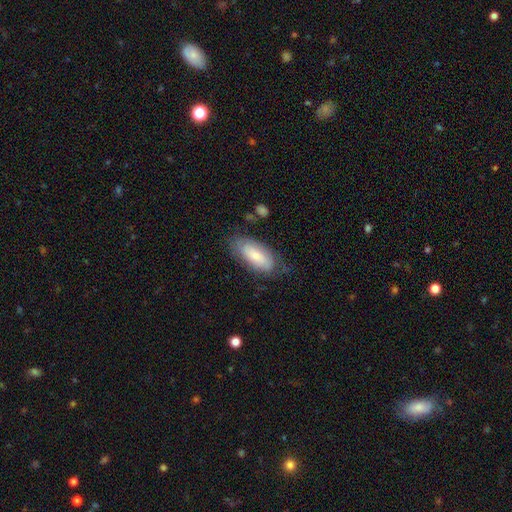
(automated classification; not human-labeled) smooth 63%, featured or disk 30%, star or artifact 6%. Down the decision tree: how rounded — in between (86%); merging — none (68%).